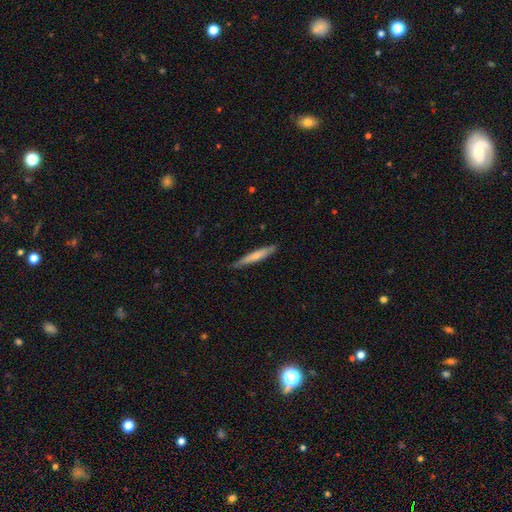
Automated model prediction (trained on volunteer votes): This appears to be a smooth galaxy with no disk features (62%) that is cigar-shaped (94%). Merging: none (85%).